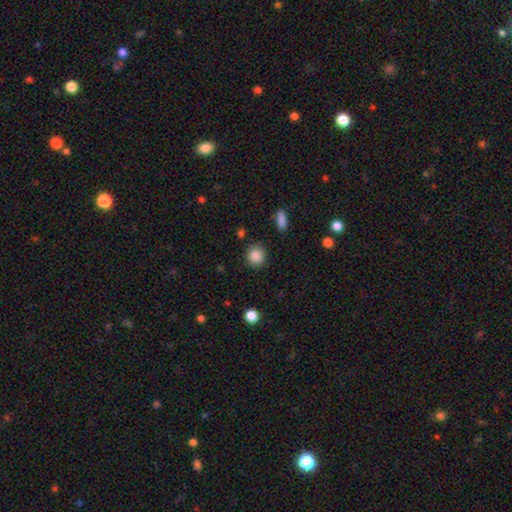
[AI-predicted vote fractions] Smooth or featured? Predicted: smooth (p=0.87). How rounded? Predicted: round (p=0.84). Merging? Predicted: none (p=0.86).